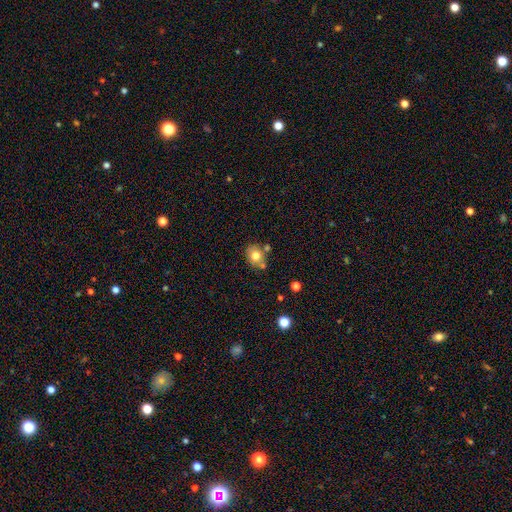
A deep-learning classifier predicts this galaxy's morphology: smooth_or_featured: smooth (p=0.76) [alt: featured or disk p=0.14]
how_rounded: round (p=0.56) [alt: in between p=0.43]
merging: none (p=0.64) [alt: merger p=0.16]